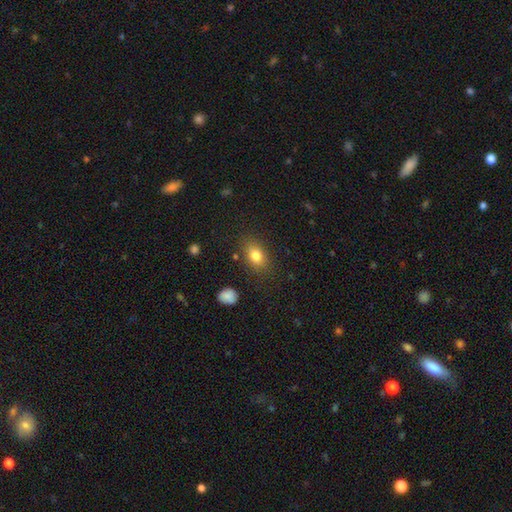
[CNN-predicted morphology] Smooth or featured: smooth — 81% (star or artifact — 10%)
How rounded: in between — 78% (round — 20%)
Merging: none — 81% (minor disturbance — 13%)